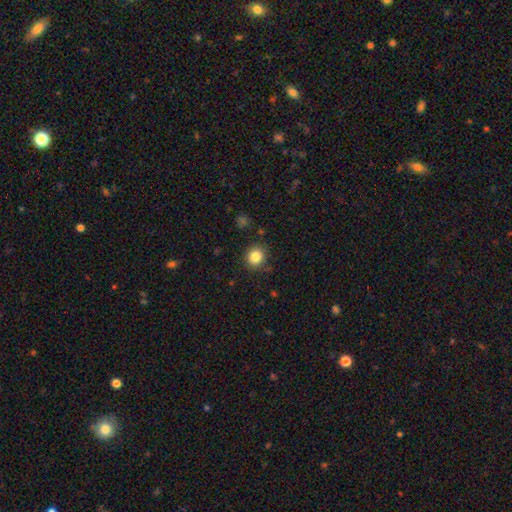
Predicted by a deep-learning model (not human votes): Smooth or featured?
  - smooth: 84% *
  - star or artifact: 11%
  - featured or disk: 5%
How rounded?
  - round: 83% *
  - in between: 16%
  - cigar-shaped: 1%
Merging?
  - none: 85% *
  - minor disturbance: 10%
  - major disturbance: 3%
  - merger: 2%